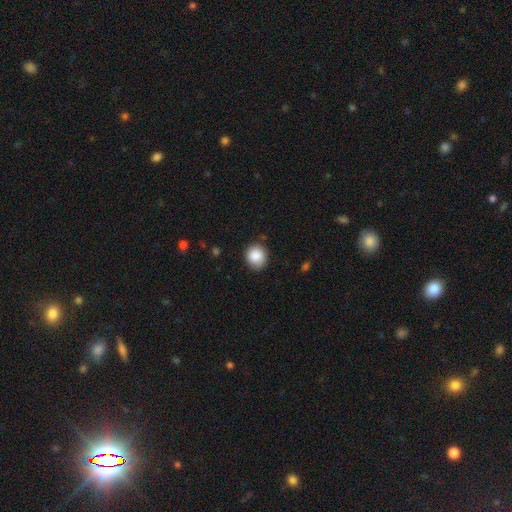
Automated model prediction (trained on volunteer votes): This is clearly a smooth galaxy (88%). How rounded: clearly round (83%). Merging: clearly none (82%).